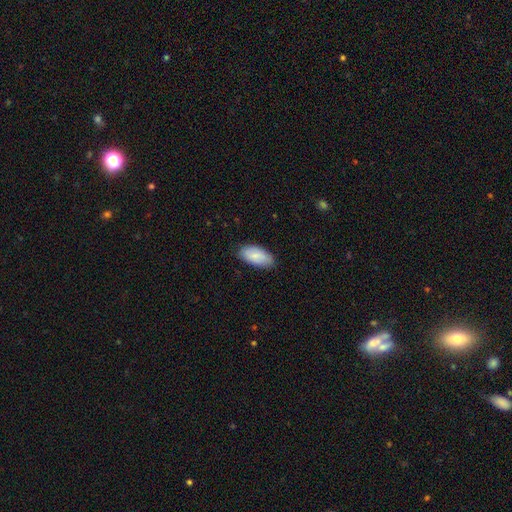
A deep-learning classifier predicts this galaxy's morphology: Smooth or featured: smooth — 79% (featured or disk — 15%)
How rounded: in between — 92% (cigar-shaped — 6%)
Merging: none — 79% (minor disturbance — 17%)